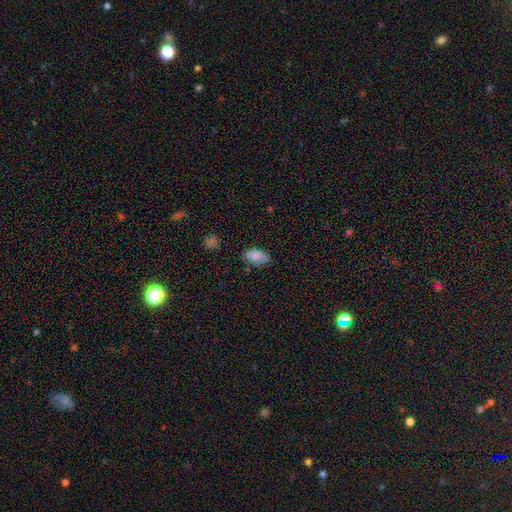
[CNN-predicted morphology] A smooth galaxy with no disk features (83%) that is in between round and cigar-shaped (94%).

Vote fractions:
- Smooth or featured? smooth: 83% / featured or disk: 9% / star or artifact: 8%
- How rounded? in between: 94% / round: 4% / cigar-shaped: 2%
- Merging? none: 73% / minor disturbance: 21% / major disturbance: 4% / merger: 2%